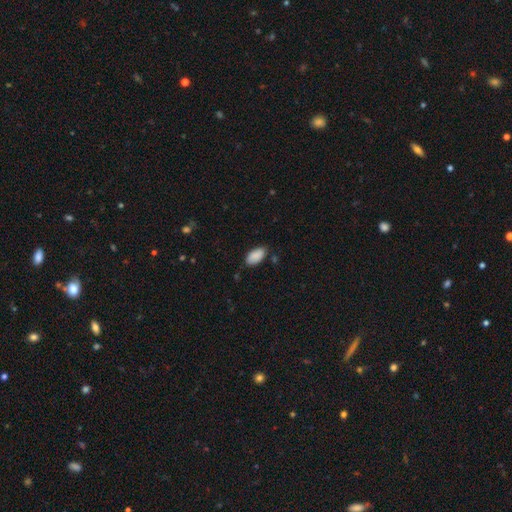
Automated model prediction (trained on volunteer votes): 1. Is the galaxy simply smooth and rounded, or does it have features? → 89% smooth, 7% star or artifact, 4% featured or disk.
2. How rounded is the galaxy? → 95% in between, 3% cigar-shaped, 2% round.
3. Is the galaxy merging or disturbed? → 79% none, 17% minor disturbance, 3% major disturbance, 2% merger.